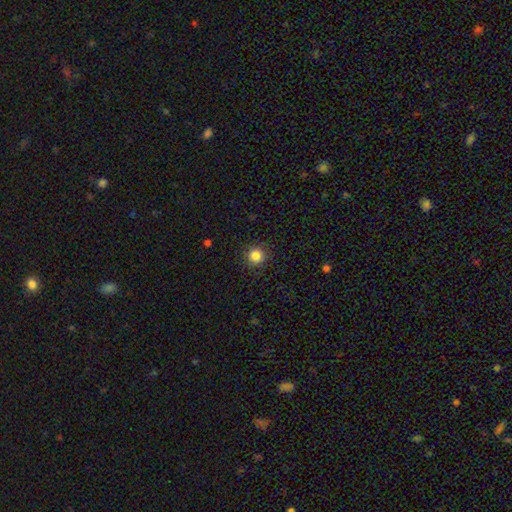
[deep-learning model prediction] A smooth galaxy with no disk features (85%) that is round (95%).

Vote fractions:
- Smooth or featured? smooth: 85% / star or artifact: 11% / featured or disk: 4%
- How rounded? round: 95% / in between: 4% / cigar-shaped: 1%
- Merging? none: 91% / minor disturbance: 6% / major disturbance: 2% / merger: 1%